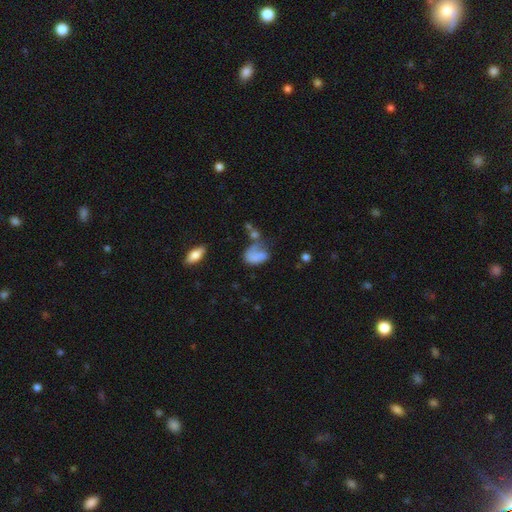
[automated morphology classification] This is likely a smooth galaxy (66%). How rounded: likely in between (79%). Merging: marginally major disturbance (34%).